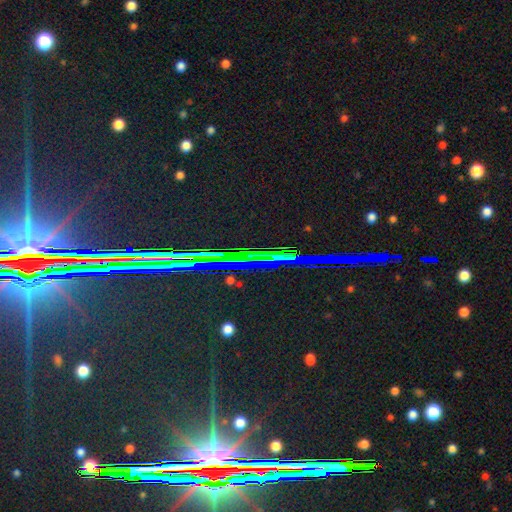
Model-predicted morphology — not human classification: Smooth or featured?
  - star or artifact: 83% *
  - featured or disk: 9%
  - smooth: 8%